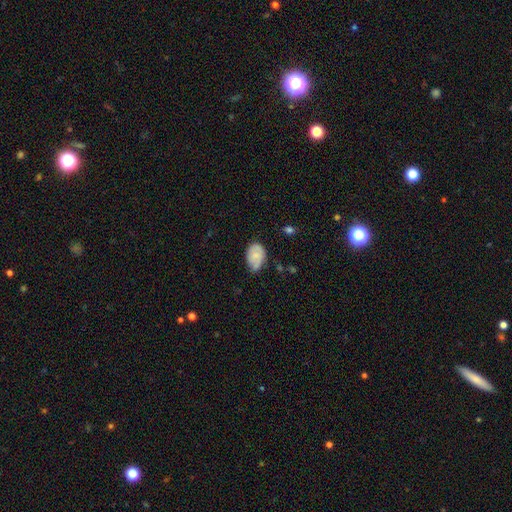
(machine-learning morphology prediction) Smooth or featured? Predicted: smooth (p=0.72). How rounded? Predicted: in between (p=0.84). Merging? Predicted: none (p=0.45).